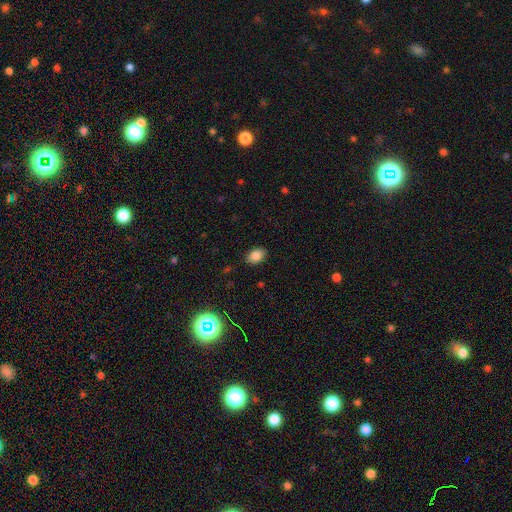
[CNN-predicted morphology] type=smooth (84%); roundness=in between (79%); merging=none (87%).